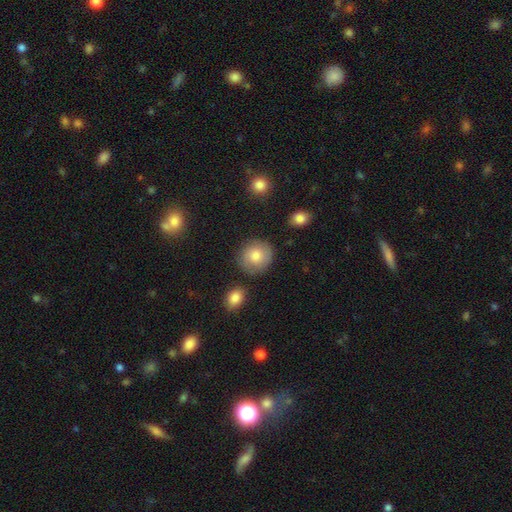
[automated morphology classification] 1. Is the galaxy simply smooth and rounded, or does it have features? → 74% smooth, 18% featured or disk, 8% star or artifact.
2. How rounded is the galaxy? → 87% round, 12% in between, 1% cigar-shaped.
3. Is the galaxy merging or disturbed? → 82% none, 12% minor disturbance, 3% major disturbance, 3% merger.